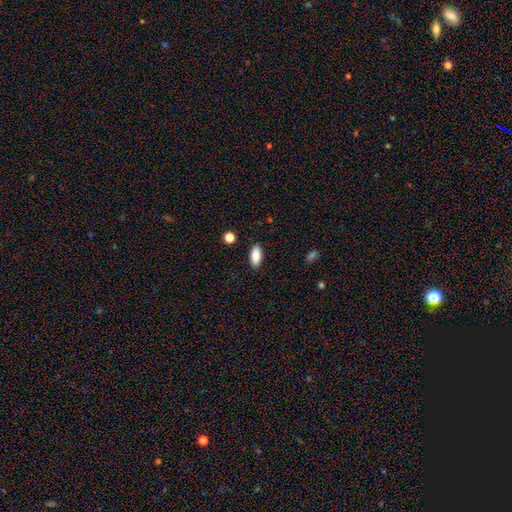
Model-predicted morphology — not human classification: smooth_or_featured: smooth (p=0.85) [alt: featured or disk p=0.08]
how_rounded: in between (p=0.89) [alt: cigar-shaped p=0.08]
merging: none (p=0.88) [alt: minor disturbance p=0.09]